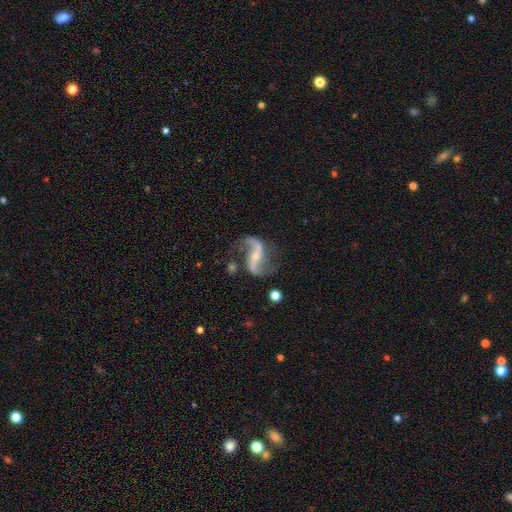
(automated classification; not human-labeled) A featured or disk galaxy (90%) with a strong bar (42%), 2 (93%) loose (82%) spiral arms (96%) and a small central bulge (65%).

Vote fractions:
- Smooth or featured? featured or disk: 90% / star or artifact: 5% / smooth: 4%
- Edge-on disk? no: 97% / yes: 3%
- Bar? strong: 42% / weak: 30% / no: 28%
- Spiral arms? yes: 96% / no: 4%
- Spiral winding? loose: 82% / medium: 14% / tight: 3%
- Spiral arm count? 2: 93% / 1: 2% / can't tell: 1% / 3: 1% / 4: 1% / more than 4: 1%
- Bulge size? small: 65% / moderate: 29% / none: 4% / large: 2% / dominant: 1%
- Merging? none: 71% / minor disturbance: 15% / major disturbance: 10% / merger: 4%